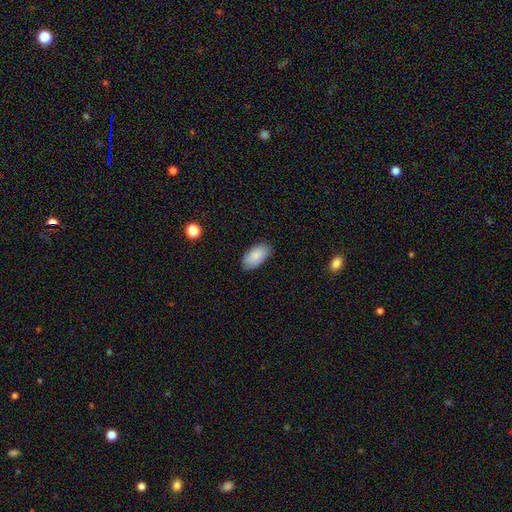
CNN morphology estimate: Smooth or featured? Predicted: smooth (p=0.87). How rounded? Predicted: in between (p=0.95). Merging? Predicted: none (p=0.85).